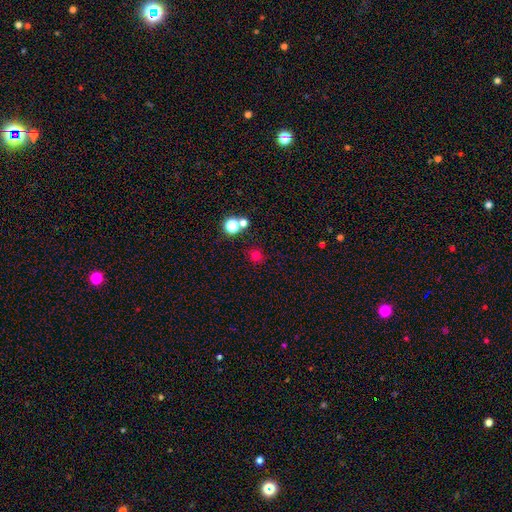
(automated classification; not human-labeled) Smooth or featured: smooth — 72% (star or artifact — 22%)
How rounded: round — 93% (in between — 6%)
Merging: none — 81% (merger — 9%)